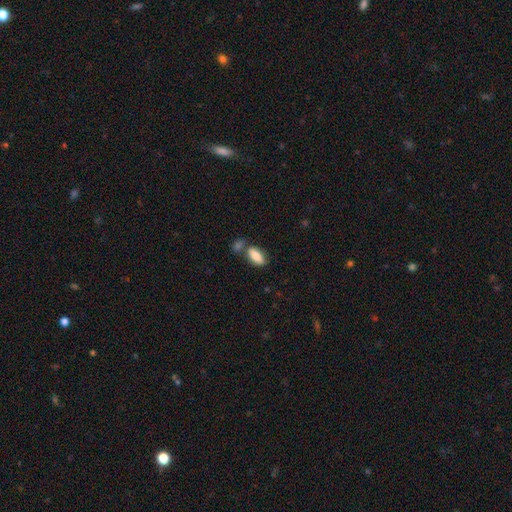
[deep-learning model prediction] Q: Smooth or featured?
A: smooth (81%); runner-up: featured or disk (12%)
Q: How rounded?
A: in between (87%); runner-up: cigar-shaped (9%)
Q: Merging?
A: none (57%); runner-up: merger (26%)